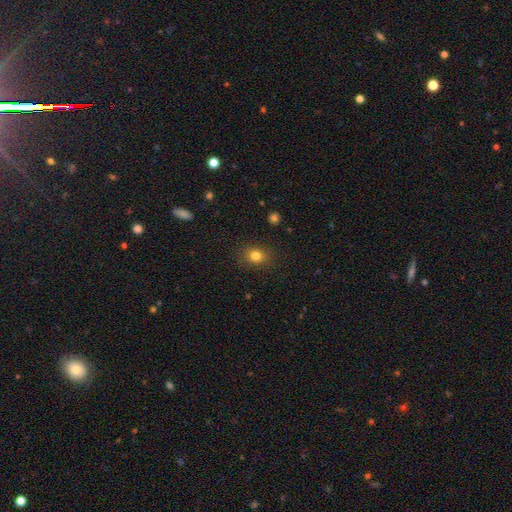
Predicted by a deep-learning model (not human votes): This is clearly a smooth galaxy (81%). How rounded: possibly round (57%). Merging: clearly none (86%).